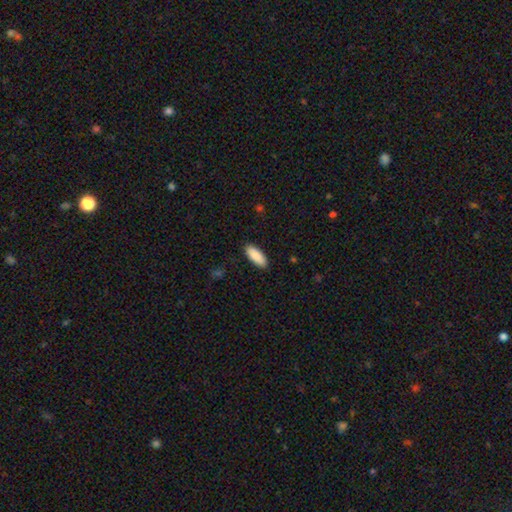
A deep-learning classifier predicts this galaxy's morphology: This appears to be a smooth galaxy with no disk features (89%) that is in between round and cigar-shaped (79%). Merging: none (90%).